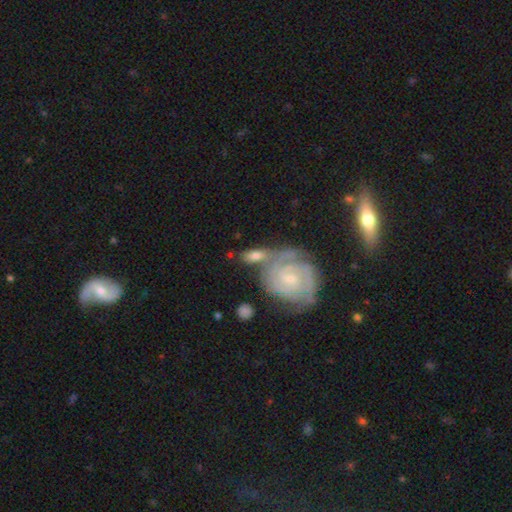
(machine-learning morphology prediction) Overall: featured or disk (56%; smooth 36%). Edge-on disk: no (93%). Bar: no (61%; weak 30%). Spiral arms: yes (88%). Bulge size: small (59%; moderate 29%). Merging: none (45%; merger 33%).